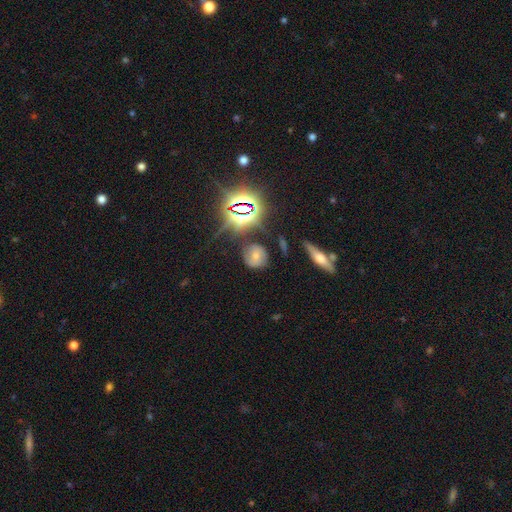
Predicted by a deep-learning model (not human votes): smooth-or-featured: smooth: 45% | featured or disk: 30% | star or artifact: 26%
  merging: none: 72% | minor disturbance: 18% | major disturbance: 6% | merger: 4%